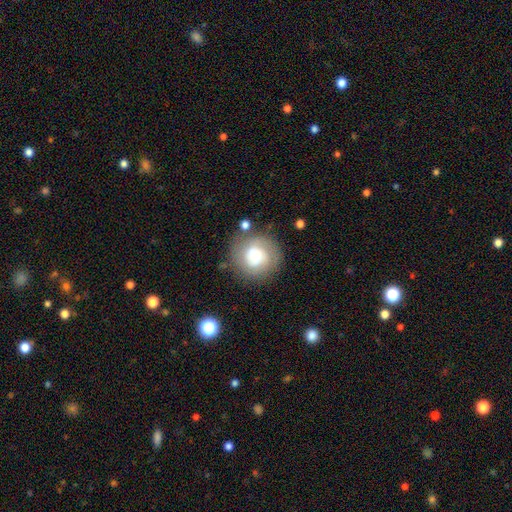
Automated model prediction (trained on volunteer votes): smooth 55%, featured or disk 37%, star or artifact 9%. Down the decision tree: how rounded — round (92%); merging — none (73%).